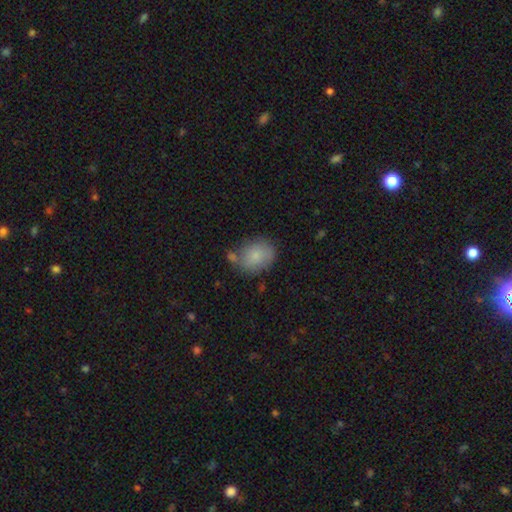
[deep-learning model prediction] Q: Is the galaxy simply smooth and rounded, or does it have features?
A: smooth — 80%.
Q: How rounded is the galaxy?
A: round — 55%.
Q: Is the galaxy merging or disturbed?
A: none — 65%.